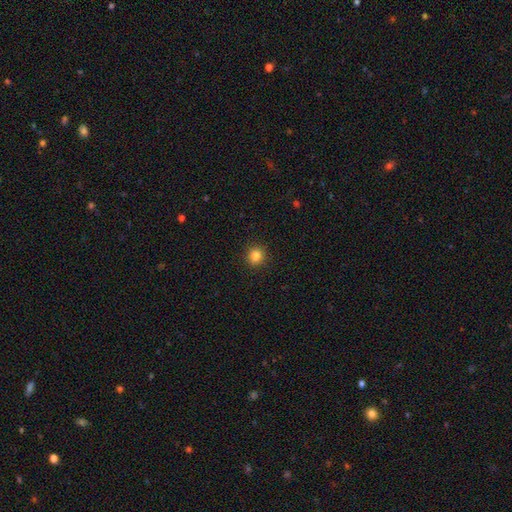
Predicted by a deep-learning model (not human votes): This is clearly a smooth galaxy (84%). How rounded: clearly round (88%). Merging: clearly none (91%).